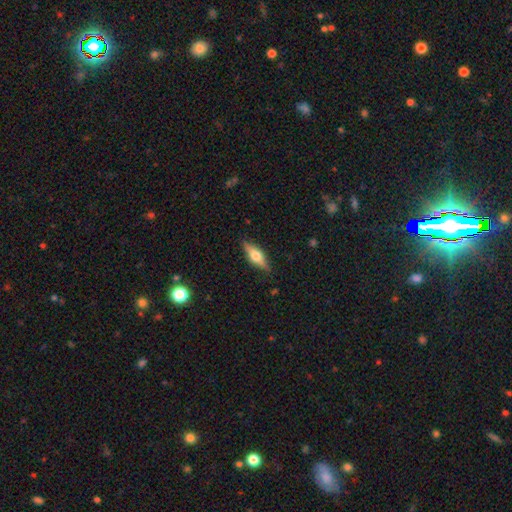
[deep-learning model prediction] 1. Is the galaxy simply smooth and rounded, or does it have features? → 53% featured or disk, 41% smooth, 7% star or artifact.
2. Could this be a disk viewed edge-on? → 93% yes, 7% no.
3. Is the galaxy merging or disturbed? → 87% none, 10% minor disturbance, 2% major disturbance, 1% merger.